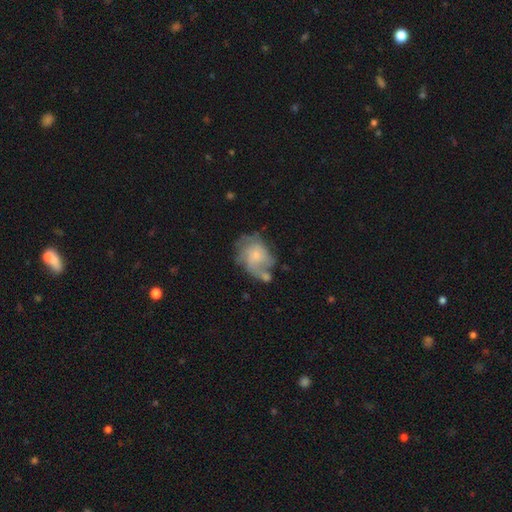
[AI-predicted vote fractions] Morphology: type=featured or disk (54%); edge-on=no (98%); bar=no (78%); spiral arms=yes (62%); bulge=small (60%); merging=none (39%).